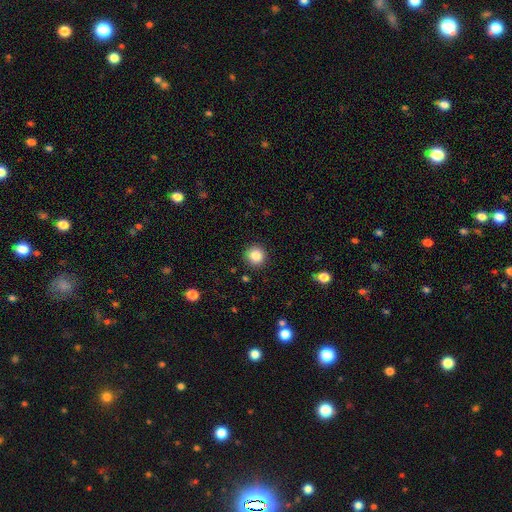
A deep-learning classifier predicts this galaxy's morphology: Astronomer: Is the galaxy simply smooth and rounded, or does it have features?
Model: smooth — 85%.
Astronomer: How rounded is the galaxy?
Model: round — 95%.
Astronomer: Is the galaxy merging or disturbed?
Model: none — 91%.